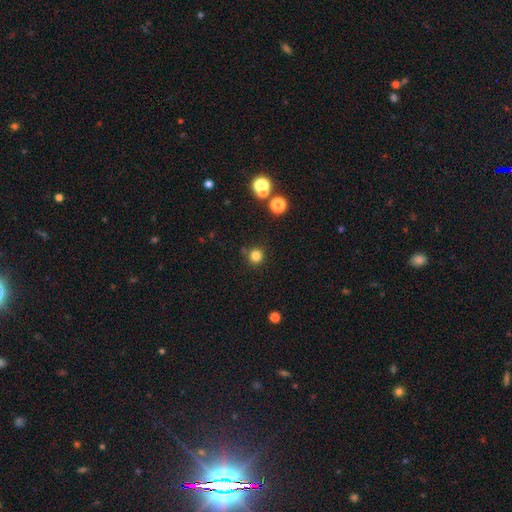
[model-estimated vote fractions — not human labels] Smooth or featured? Predicted: smooth (p=0.81). How rounded? Predicted: round (p=0.94). Merging? Predicted: none (p=0.84).